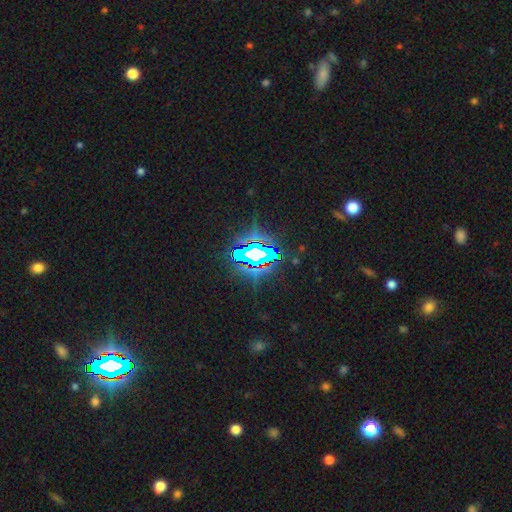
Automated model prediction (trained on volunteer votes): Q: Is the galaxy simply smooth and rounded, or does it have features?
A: star or artifact — 73%.